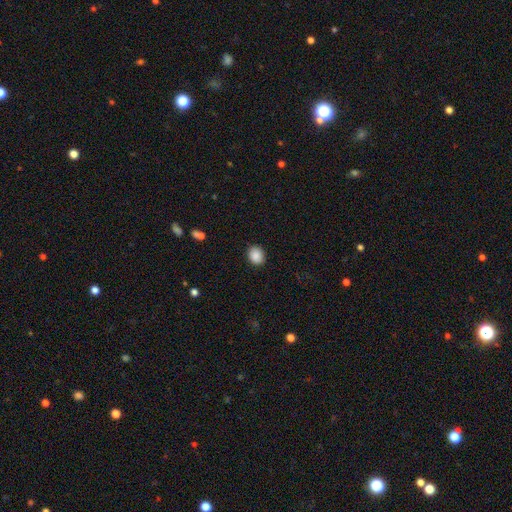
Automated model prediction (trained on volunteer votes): Smooth or featured?
  - smooth: 89% *
  - star or artifact: 8%
  - featured or disk: 3%
How rounded?
  - round: 62% *
  - in between: 37%
  - cigar-shaped: 1%
Merging?
  - none: 89% *
  - minor disturbance: 8%
  - major disturbance: 2%
  - merger: 1%